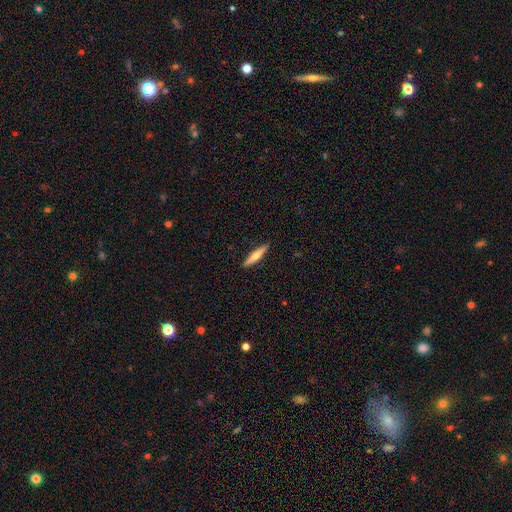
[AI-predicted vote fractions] smooth-or-featured: smooth: 52% | featured or disk: 42% | star or artifact: 5%
  how-rounded: cigar-shaped: 87% | in between: 11% | round: 2%
  merging: none: 91% | minor disturbance: 7% | major disturbance: 2% | merger: 1%